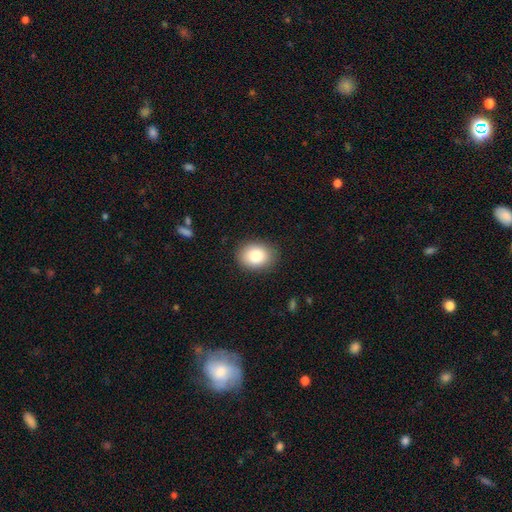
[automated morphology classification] A smooth galaxy with no disk features (84%) that is in between round and cigar-shaped (53%). Merging: none (87%).